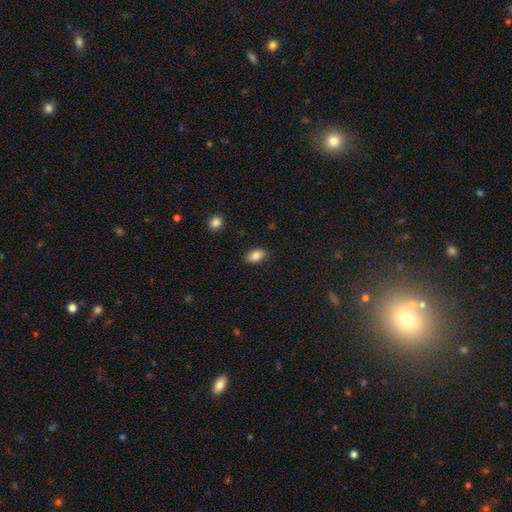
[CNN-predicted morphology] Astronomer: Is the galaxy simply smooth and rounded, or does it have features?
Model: smooth — 85%.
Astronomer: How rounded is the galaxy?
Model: in between — 88%.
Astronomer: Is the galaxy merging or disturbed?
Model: none — 85%.